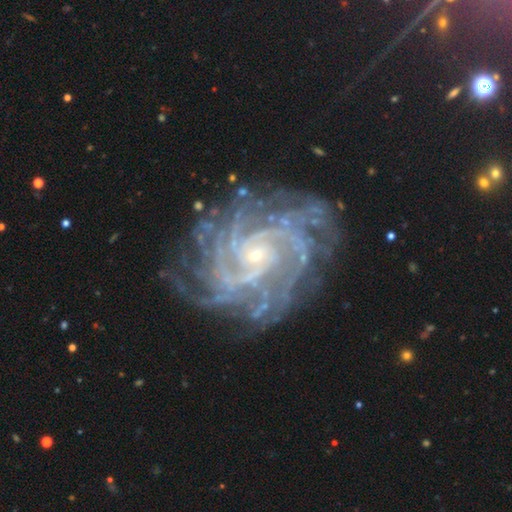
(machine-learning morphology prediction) This appears to be a featured or disk galaxy (92%) with no bar (64%), more than 4 (31%) tight (76%) spiral arms (98%) and a small central bulge (84%). Merging: none (79%).